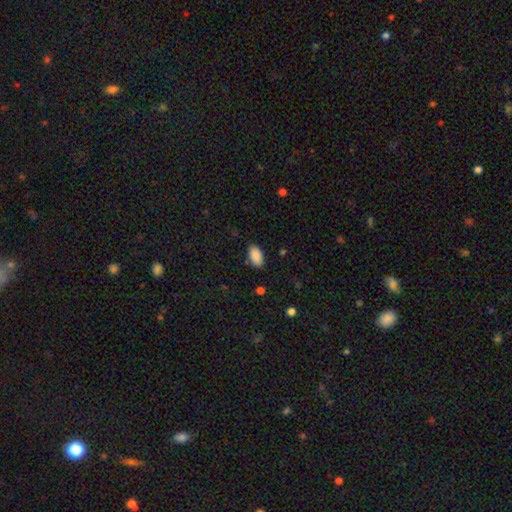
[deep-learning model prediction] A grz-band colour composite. It shows a smooth galaxy with no disk features (90%) that is in between round and cigar-shaped (95%). Merging: none (86%).